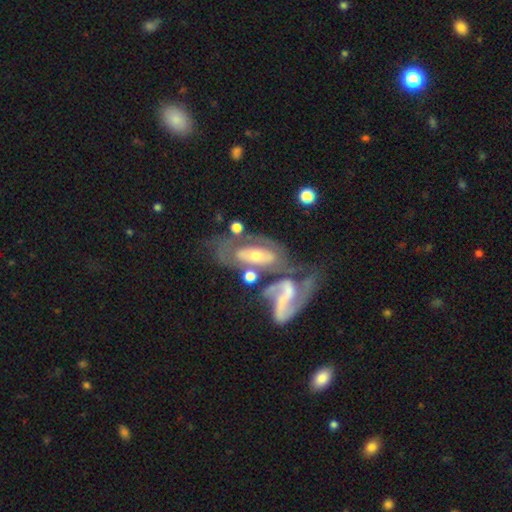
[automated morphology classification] Smooth or featured?
  - featured or disk: 79% *
  - smooth: 13%
  - star or artifact: 8%
Edge-on disk?
  - no: 91% *
  - yes: 9%
Bar?
  - no: 38% *
  - weak: 35%
  - strong: 27%
Spiral arms?
  - yes: 84% *
  - no: 16%
Spiral winding?
  - medium: 41% *
  - tight: 35%
  - loose: 24%
Spiral arm count?
  - 2: 63% *
  - can't tell: 20%
  - 1: 10%
  - 3: 4%
  - 4: 2%
  - more than 4: 2%
Bulge size?
  - small: 51% *
  - moderate: 38%
  - none: 5%
  - large: 4%
  - dominant: 1%
Merging?
  - merger: 46% *
  - none: 27%
  - major disturbance: 15%
  - minor disturbance: 13%